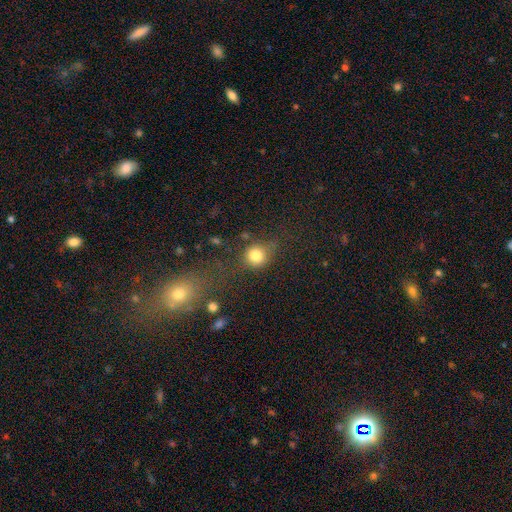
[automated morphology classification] This appears to be a smooth galaxy with no disk features (81%) that is round (81%). Merging: none (62%).